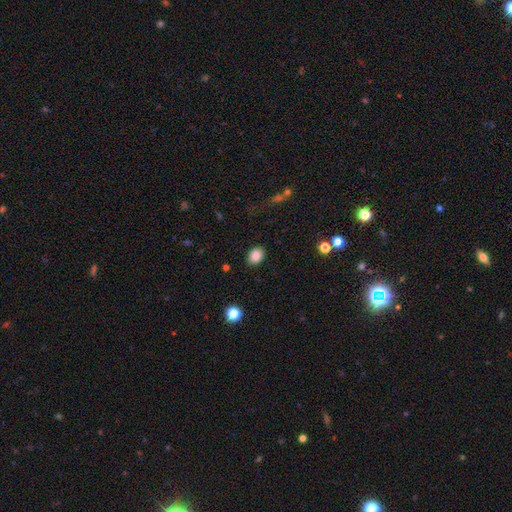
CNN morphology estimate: A smooth galaxy with no disk features (87%) that is in between round and cigar-shaped (66%). Merging: none (84%).